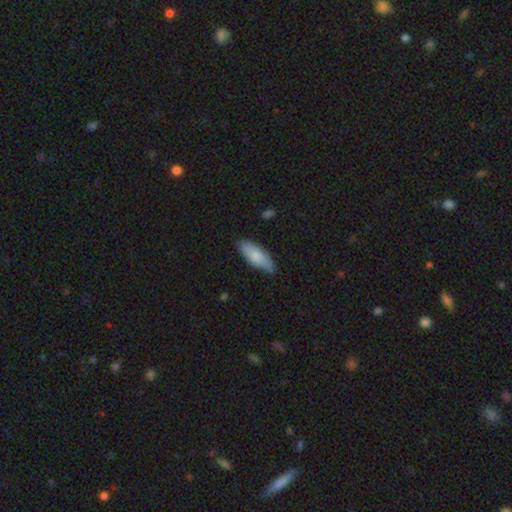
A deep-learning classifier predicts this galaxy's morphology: Q: Smooth or featured?
A: smooth (76%); runner-up: featured or disk (18%)
Q: How rounded?
A: in between (71%); runner-up: cigar-shaped (27%)
Q: Merging?
A: none (74%); runner-up: minor disturbance (22%)